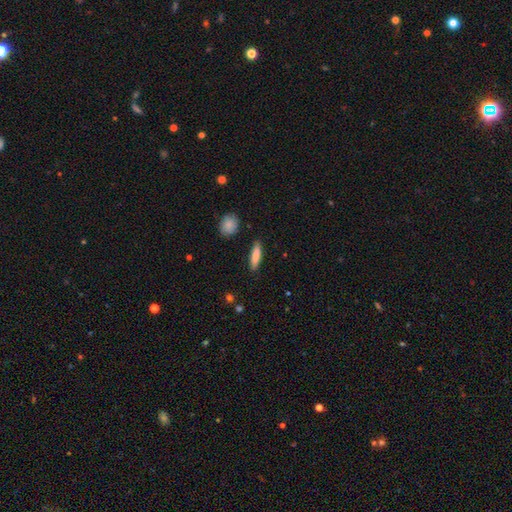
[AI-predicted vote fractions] A smooth galaxy with no disk features (83%) that is cigar-shaped (74%).

Vote fractions:
- Smooth or featured? smooth: 83% / featured or disk: 11% / star or artifact: 6%
- How rounded? cigar-shaped: 74% / in between: 25% / round: 2%
- Merging? none: 88% / minor disturbance: 9% / major disturbance: 2% / merger: 2%